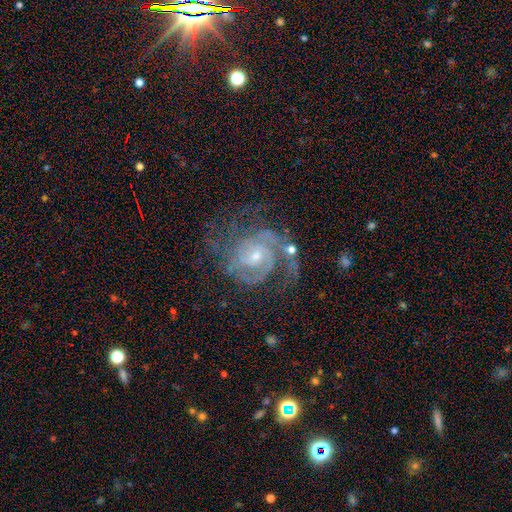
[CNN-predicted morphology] Smooth or featured?
  - featured or disk: 89% *
  - star or artifact: 6%
  - smooth: 5%
Edge-on disk?
  - no: 98% *
  - yes: 2%
Bar?
  - no: 54% *
  - weak: 37%
  - strong: 8%
Spiral arms?
  - yes: 97% *
  - no: 3%
Spiral winding?
  - tight: 58% *
  - medium: 35%
  - loose: 7%
Spiral arm count?
  - 2: 45% *
  - 3: 21%
  - can't tell: 17%
  - 4: 6%
  - 1: 6%
  - more than 4: 5%
Bulge size?
  - small: 59% *
  - moderate: 36%
  - large: 2%
  - none: 2%
  - dominant: 1%
Merging?
  - none: 61% *
  - minor disturbance: 19%
  - major disturbance: 16%
  - merger: 4%